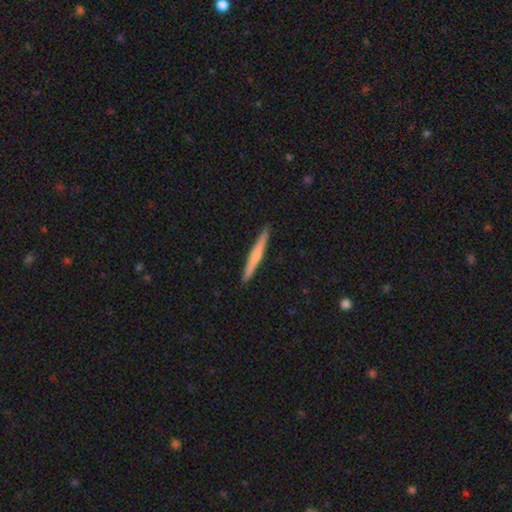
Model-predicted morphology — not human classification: This is possibly a smooth galaxy (53%). How rounded: clearly cigar-shaped (96%). Merging: clearly none (92%).